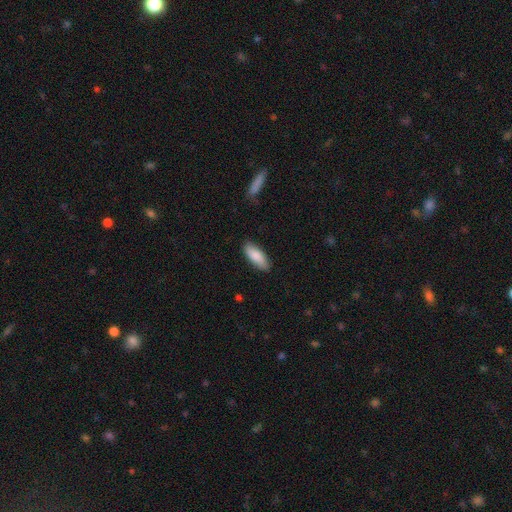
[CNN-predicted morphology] A smooth galaxy with no disk features (87%) that is in between round and cigar-shaped (75%).

Vote fractions:
- Smooth or featured? smooth: 87% / featured or disk: 8% / star or artifact: 6%
- How rounded? in between: 75% / cigar-shaped: 24% / round: 2%
- Merging? none: 86% / minor disturbance: 11% / major disturbance: 2% / merger: 1%